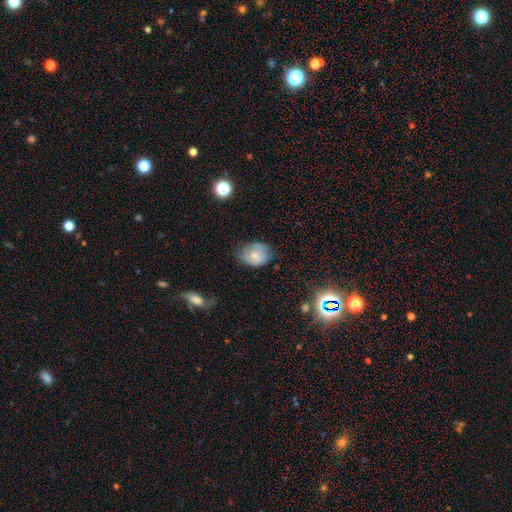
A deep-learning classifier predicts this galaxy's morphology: type=smooth (67%); roundness=in between (63%); merging=none (58%).